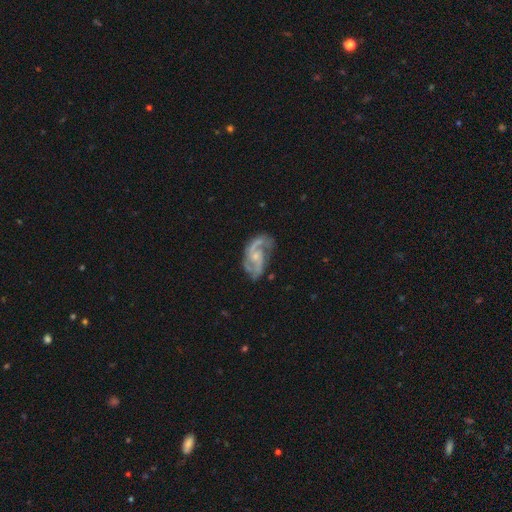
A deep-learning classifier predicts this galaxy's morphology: Smooth or featured? featured or disk (86%)
Edge-on disk? no (97%)
Bar? no (59%)
Spiral arms? yes (95%)
Spiral winding? medium (52%)
Spiral arm count? 2 (74%)
Bulge size? small (62%)
Merging? none (56%)